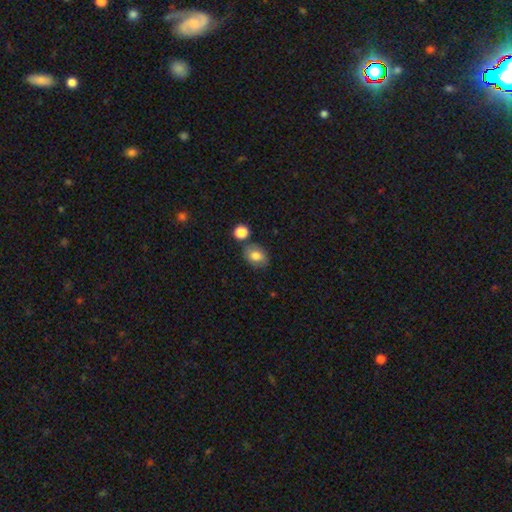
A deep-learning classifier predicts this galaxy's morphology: Smooth or featured?
  - smooth: 77% *
  - featured or disk: 14%
  - star or artifact: 9%
How rounded?
  - in between: 68% *
  - round: 30%
  - cigar-shaped: 1%
Merging?
  - none: 75% *
  - minor disturbance: 14%
  - merger: 8%
  - major disturbance: 3%